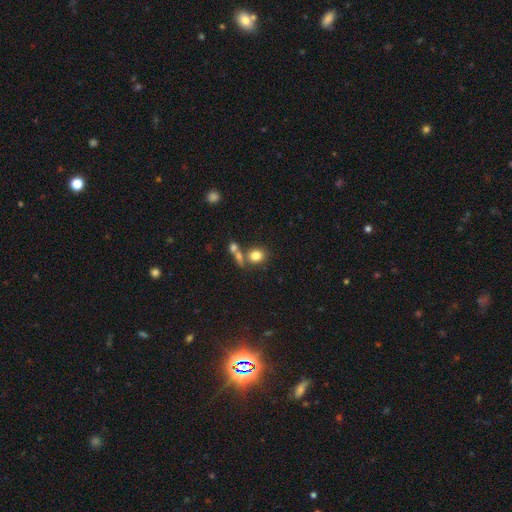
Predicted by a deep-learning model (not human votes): The model was most divided on "merging": none: 54%, merger: 31%, minor disturbance: 10%, major disturbance: 5%. More confident: smooth or featured — smooth (79%); how rounded — round (68%).